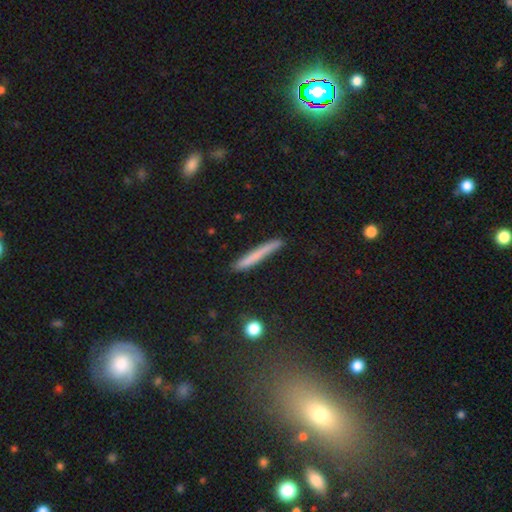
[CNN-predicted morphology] Smooth or featured? Predicted: smooth (p=0.71). How rounded? Predicted: cigar-shaped (p=0.96). Merging? Predicted: none (p=0.84).